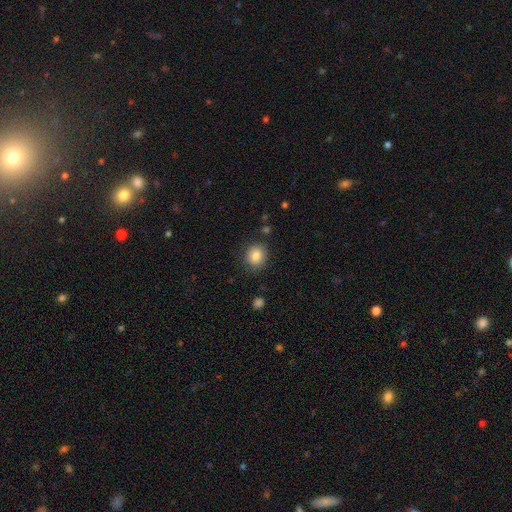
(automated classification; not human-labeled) A smooth galaxy with no disk features (85%) that is round (67%).

Vote fractions:
- Smooth or featured? smooth: 85% / star or artifact: 9% / featured or disk: 6%
- How rounded? round: 67% / in between: 32% / cigar-shaped: 1%
- Merging? none: 84% / minor disturbance: 11% / major disturbance: 3% / merger: 2%